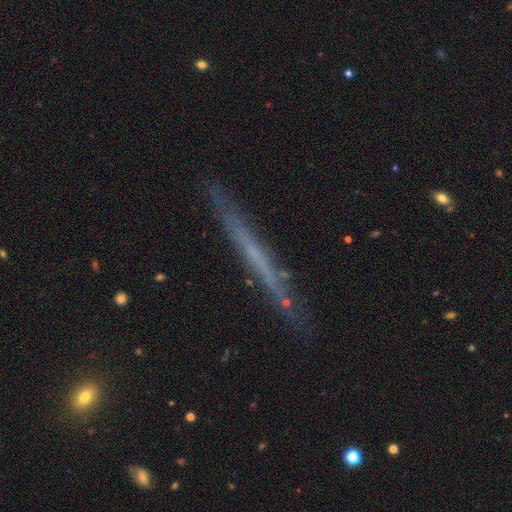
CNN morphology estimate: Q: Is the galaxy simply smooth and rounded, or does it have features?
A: featured or disk — 60%.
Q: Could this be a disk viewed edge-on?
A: yes — 94%.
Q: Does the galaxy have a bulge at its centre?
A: none — 91%.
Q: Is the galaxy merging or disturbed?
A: none — 83%.